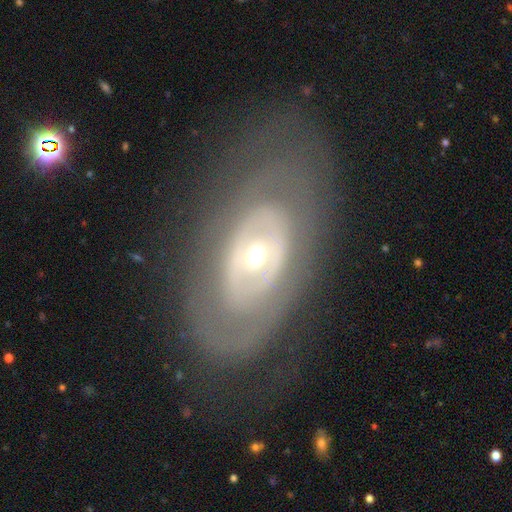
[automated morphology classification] Smooth or featured?
  - featured or disk: 74% *
  - smooth: 20%
  - star or artifact: 6%
Edge-on disk?
  - no: 91% *
  - yes: 9%
Bar?
  - no: 80% *
  - weak: 13%
  - strong: 7%
Spiral arms?
  - no: 66% *
  - yes: 34%
Bulge size?
  - small: 53% *
  - moderate: 41%
  - large: 3%
  - dominant: 1%
  - none: 1%
Merging?
  - none: 74% *
  - minor disturbance: 14%
  - major disturbance: 11%
  - merger: 1%